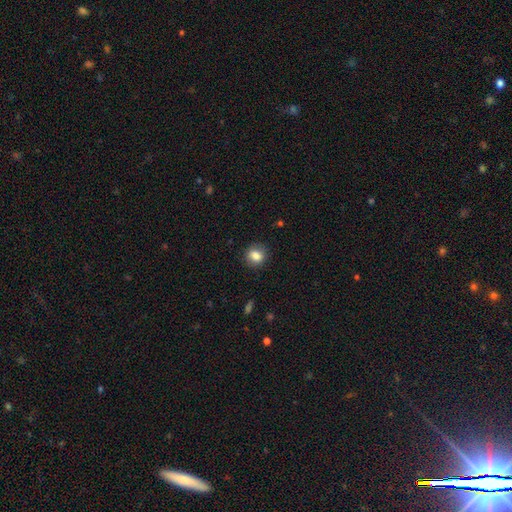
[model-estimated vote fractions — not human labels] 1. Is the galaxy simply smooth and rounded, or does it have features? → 83% smooth, 10% star or artifact, 8% featured or disk.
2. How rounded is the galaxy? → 77% round, 22% in between, 1% cigar-shaped.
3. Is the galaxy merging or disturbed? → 86% none, 10% minor disturbance, 3% major disturbance, 1% merger.